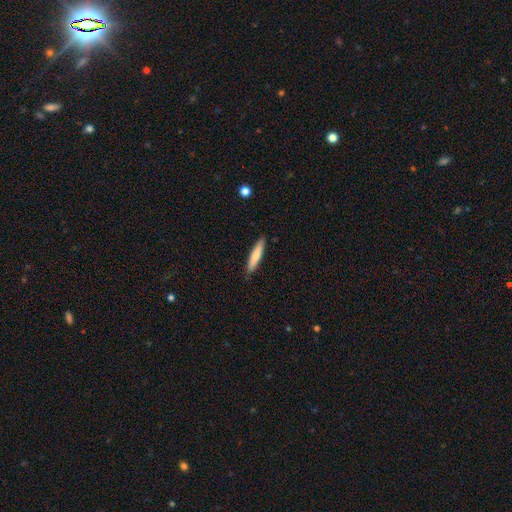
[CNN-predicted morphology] type=smooth (71%); roundness=cigar-shaped (87%); merging=none (88%).